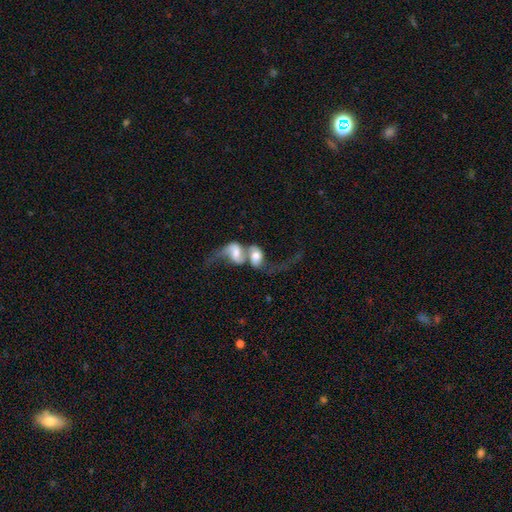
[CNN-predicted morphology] type=featured or disk (55%); edge-on=no (94%); bar=no (55%); spiral arms=yes (72%); bulge=large (29%); merging=merger (80%).